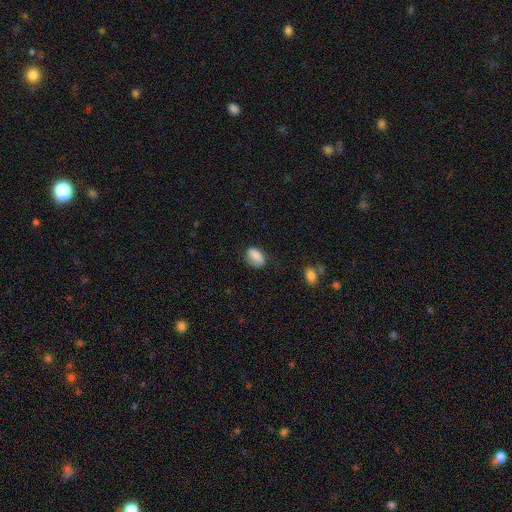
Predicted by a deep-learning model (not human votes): This is clearly a smooth galaxy (83%). How rounded: likely in between (79%). Merging: likely none (66%).